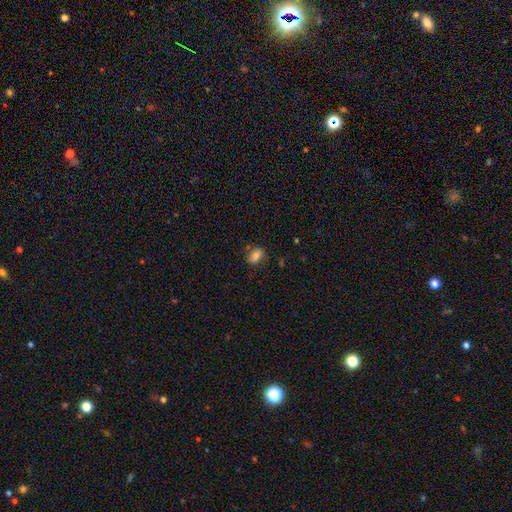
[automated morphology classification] This is clearly a smooth galaxy (82%). How rounded: likely in between (80%). Merging: likely none (78%).